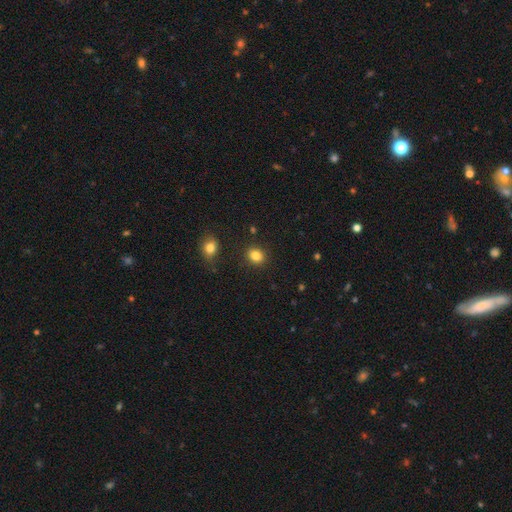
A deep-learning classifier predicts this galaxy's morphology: Q: Smooth or featured?
A: smooth (84%); runner-up: star or artifact (11%)
Q: How rounded?
A: round (57%); runner-up: in between (42%)
Q: Merging?
A: none (88%); runner-up: minor disturbance (8%)